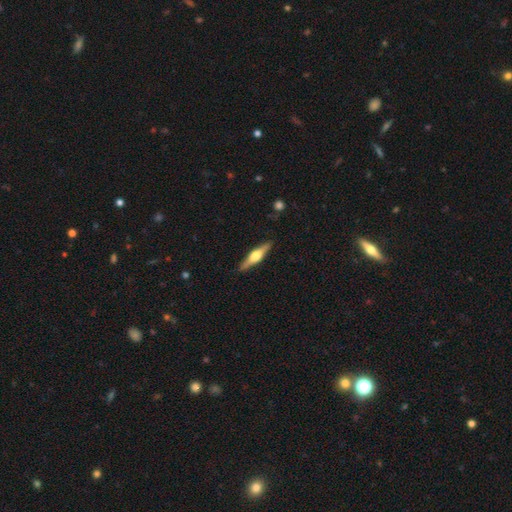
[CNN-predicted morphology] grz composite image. It shows a featured or disk galaxy (68%) viewed edge-on (97%) with a rounded central bulge (93%). Merging: none (89%).